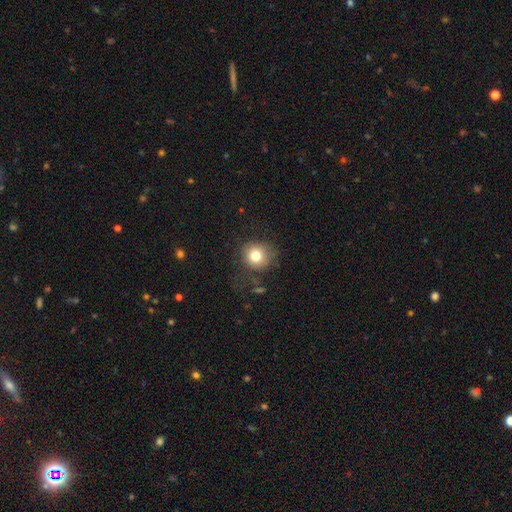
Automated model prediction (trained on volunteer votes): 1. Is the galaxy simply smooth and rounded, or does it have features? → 78% smooth, 12% star or artifact, 10% featured or disk.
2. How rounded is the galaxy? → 88% round, 11% in between, 1% cigar-shaped.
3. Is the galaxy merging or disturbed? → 77% none, 14% minor disturbance, 6% major disturbance, 2% merger.